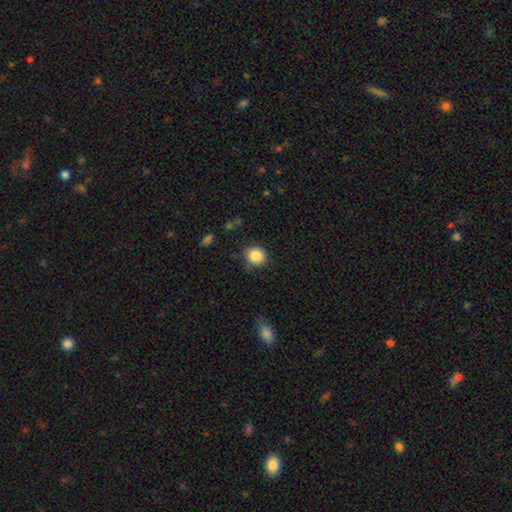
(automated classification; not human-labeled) Smooth or featured? smooth (85%)
How rounded? round (86%)
Merging? none (85%)